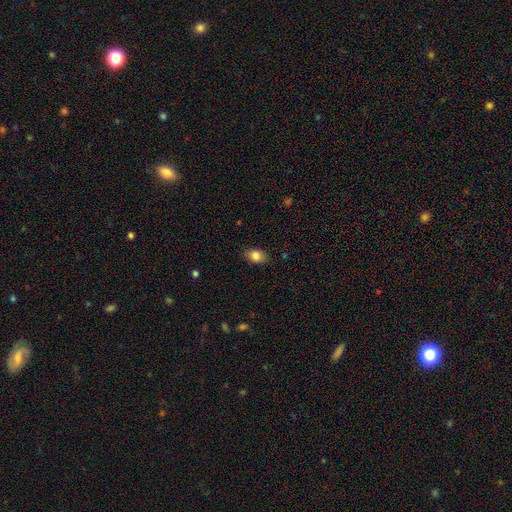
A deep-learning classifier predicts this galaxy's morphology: The model was most divided on "how rounded": in between: 78%, round: 21%, cigar-shaped: 1%. More confident: smooth or featured — smooth (85%); merging — none (84%).